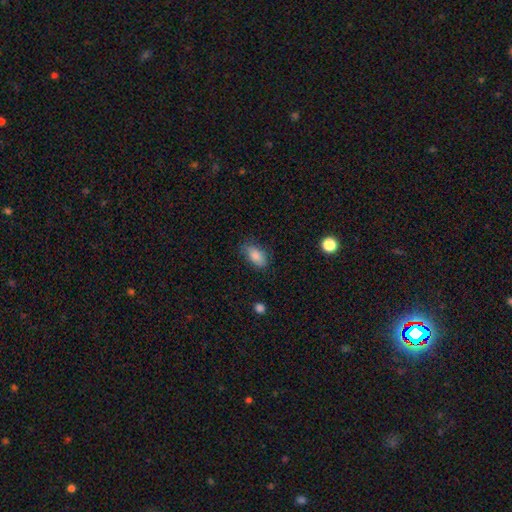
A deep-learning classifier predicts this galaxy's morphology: Smooth or featured? smooth (84%)
How rounded? in between (90%)
Merging? none (75%)